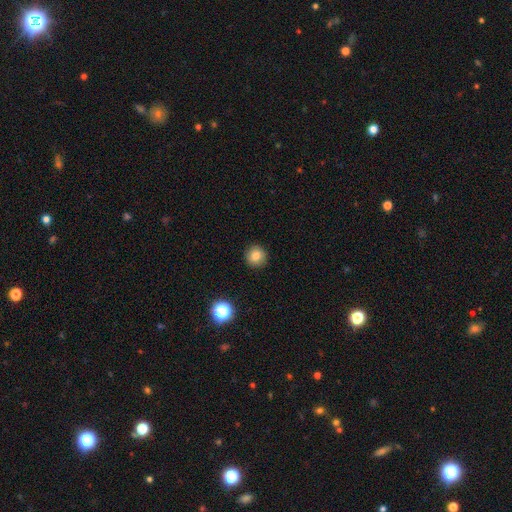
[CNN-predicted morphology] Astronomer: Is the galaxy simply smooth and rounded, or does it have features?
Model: smooth — 81%.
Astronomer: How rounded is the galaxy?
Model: round — 94%.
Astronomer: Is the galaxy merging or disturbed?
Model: none — 91%.